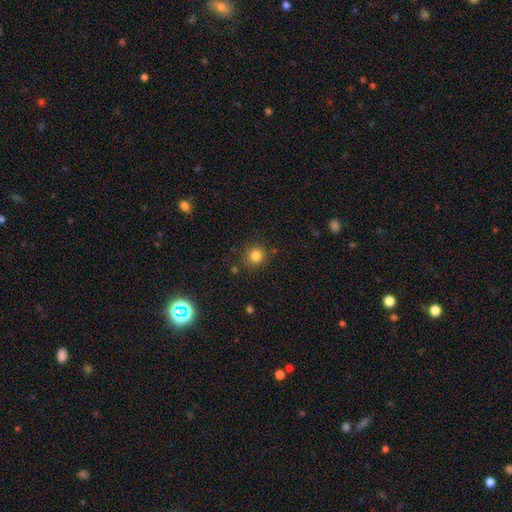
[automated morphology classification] type=smooth (82%); roundness=round (90%); merging=none (84%).